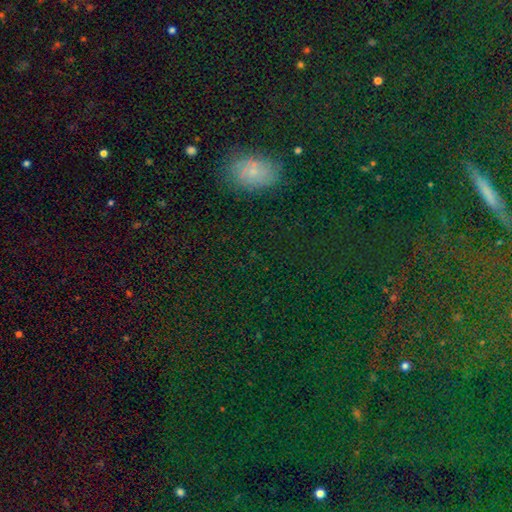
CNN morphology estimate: Smooth or featured: smooth — 47% (star or artifact — 45%)
Merging: none — 86% (minor disturbance — 9%)